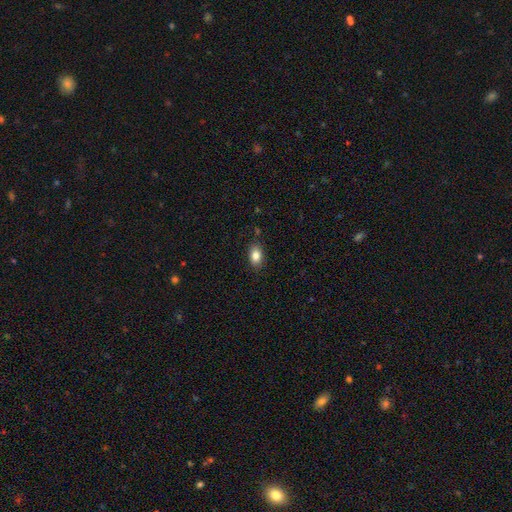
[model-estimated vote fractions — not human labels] Smooth or featured? Predicted: smooth (p=0.84). How rounded? Predicted: in between (p=0.84). Merging? Predicted: none (p=0.85).